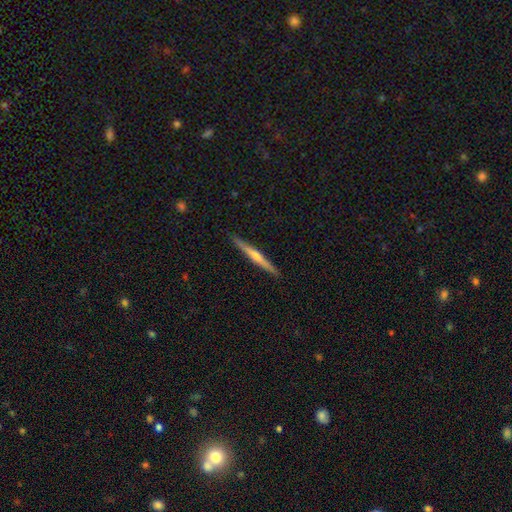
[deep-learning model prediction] Overall: featured or disk (71%). Edge-on disk: yes (98%). Edge-on bulge: rounded (78%). Merging: none (92%).